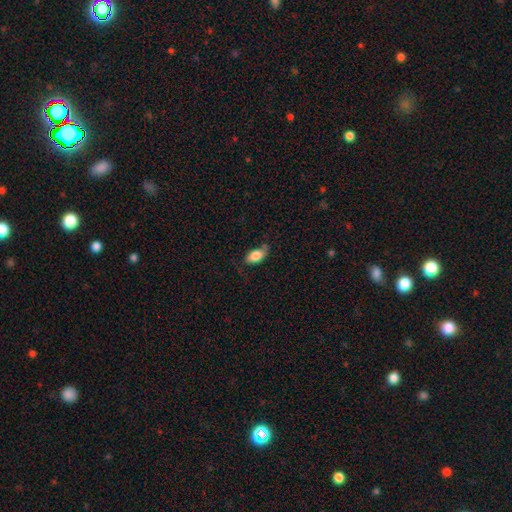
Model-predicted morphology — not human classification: type=smooth (79%); roundness=in between (91%); merging=none (62%).